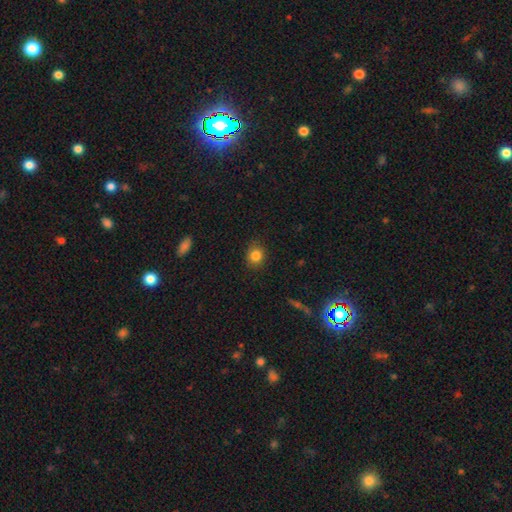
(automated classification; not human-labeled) Smooth or featured? Predicted: smooth (p=0.83). How rounded? Predicted: round (p=0.78). Merging? Predicted: none (p=0.86).